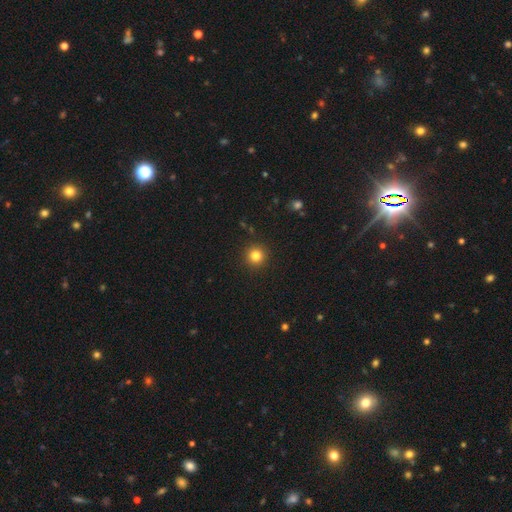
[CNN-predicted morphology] Smooth or featured: smooth — 82% (star or artifact — 12%)
How rounded: round — 95% (in between — 4%)
Merging: none — 92% (minor disturbance — 5%)